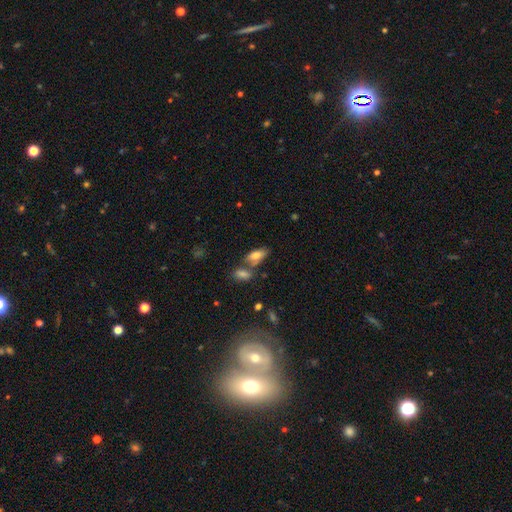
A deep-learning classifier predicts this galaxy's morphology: Smooth or featured? smooth (75%)
How rounded? in between (85%)
Merging? none (54%)